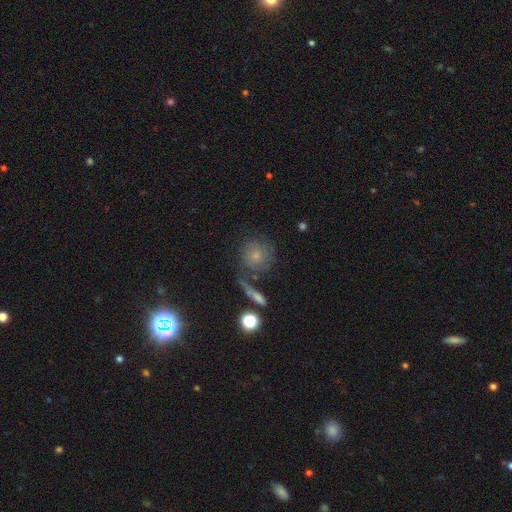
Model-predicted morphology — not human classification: smooth-or-featured: smooth: 59% | featured or disk: 28% | star or artifact: 13%
  how-rounded: round: 87% | in between: 11% | cigar-shaped: 2%
  merging: none: 58% | minor disturbance: 17% | merger: 13% | major disturbance: 12%